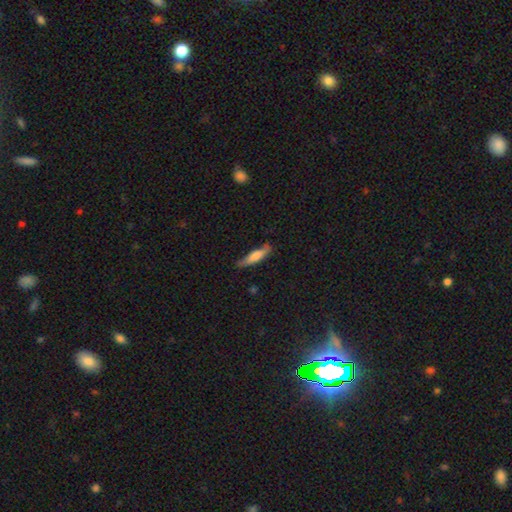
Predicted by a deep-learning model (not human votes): This appears to be a smooth galaxy with no disk features (68%) that is cigar-shaped (76%). Merging: none (70%).